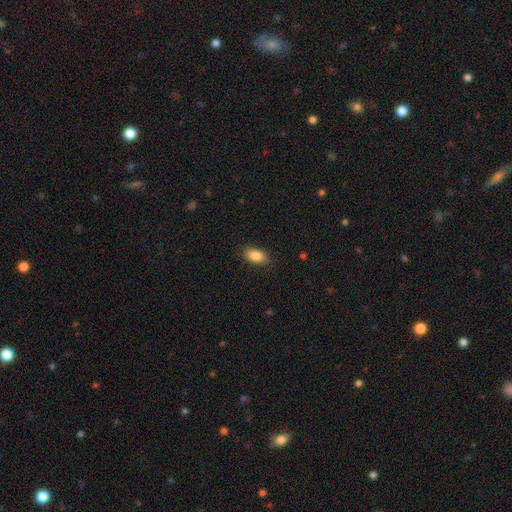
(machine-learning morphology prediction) Smooth or featured? smooth (87%)
How rounded? in between (92%)
Merging? none (87%)